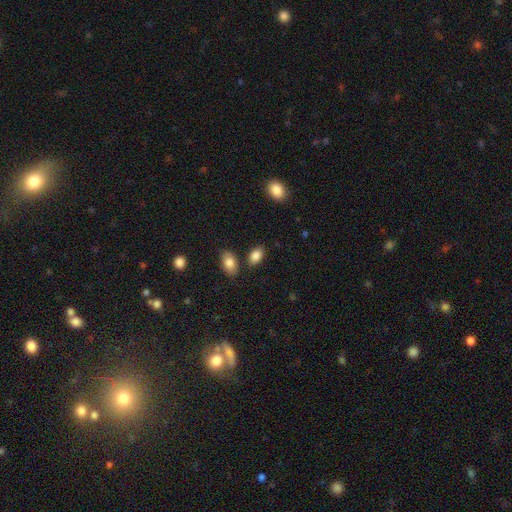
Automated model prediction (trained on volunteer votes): smooth_or_featured: smooth (p=0.86) [alt: star or artifact p=0.08]
how_rounded: in between (p=0.90) [alt: round p=0.09]
merging: none (p=0.79) [alt: minor disturbance p=0.11]